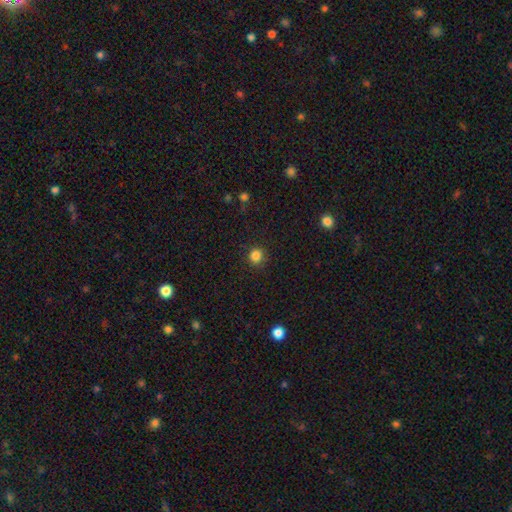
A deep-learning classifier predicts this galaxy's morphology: Smooth or featured? smooth (85%)
How rounded? round (93%)
Merging? none (90%)